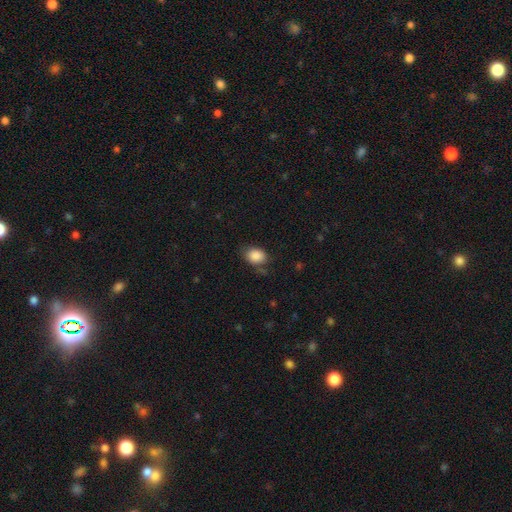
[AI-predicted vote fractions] Q: Smooth or featured?
A: smooth (87%); runner-up: star or artifact (8%)
Q: How rounded?
A: in between (69%); runner-up: round (30%)
Q: Merging?
A: none (69%); runner-up: minor disturbance (22%)